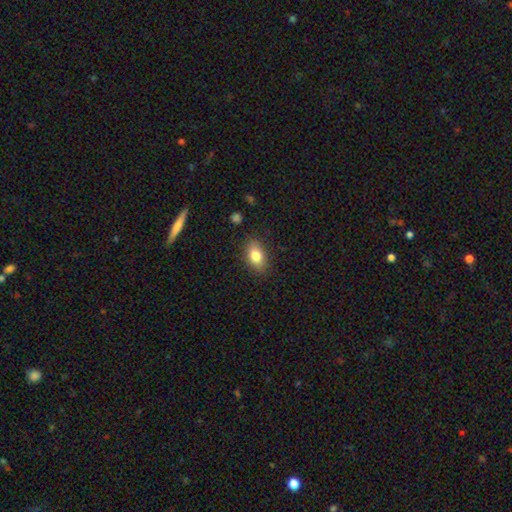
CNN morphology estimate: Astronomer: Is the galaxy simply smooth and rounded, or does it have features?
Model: smooth — 81%.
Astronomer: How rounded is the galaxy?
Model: in between — 85%.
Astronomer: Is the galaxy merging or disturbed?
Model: none — 85%.